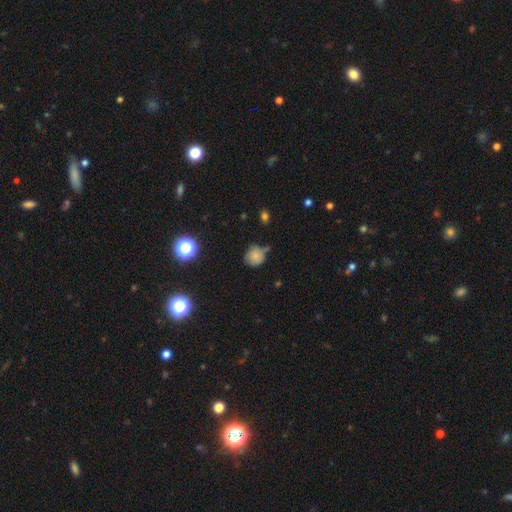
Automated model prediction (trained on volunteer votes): smooth 77%, star or artifact 13%, featured or disk 9%. Down the decision tree: how rounded — round (85%); merging — none (61%).